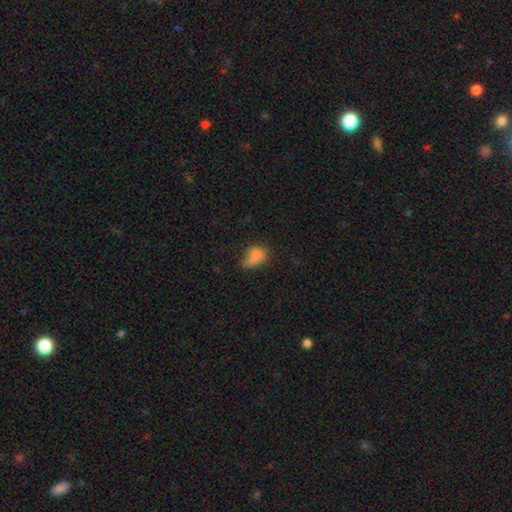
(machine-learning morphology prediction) Overall: smooth (77%). How rounded: in between (80%). Merging: minor disturbance (36%, tied with none).